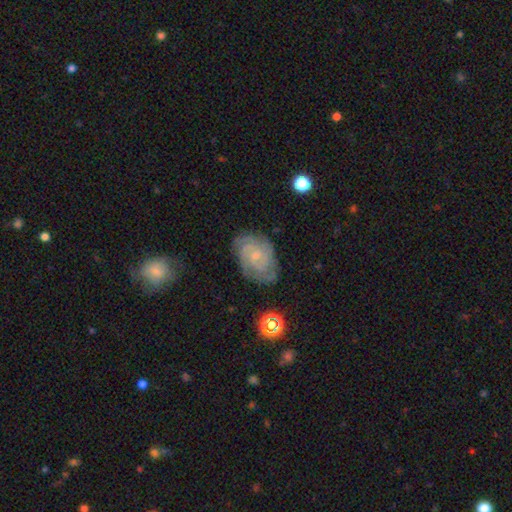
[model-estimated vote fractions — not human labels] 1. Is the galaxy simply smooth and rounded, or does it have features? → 79% featured or disk, 13% smooth, 7% star or artifact.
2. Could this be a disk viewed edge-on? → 97% no, 3% yes.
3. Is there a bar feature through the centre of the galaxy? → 71% no, 25% weak, 4% strong.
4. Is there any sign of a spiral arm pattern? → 95% yes, 5% no.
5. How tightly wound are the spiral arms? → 66% tight, 28% medium, 6% loose.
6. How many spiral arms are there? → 31% can't tell, 23% 3, 21% 2, 14% 4, 6% more than 4, 5% 1.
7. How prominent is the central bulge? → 76% small, 17% moderate, 4% none, 1% large, 1% dominant.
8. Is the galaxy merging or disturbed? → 70% none, 21% minor disturbance, 7% major disturbance, 2% merger.